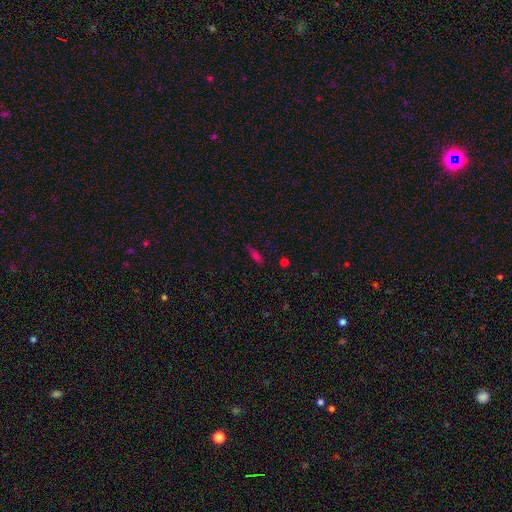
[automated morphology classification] smooth-or-featured: smooth: 66% | star or artifact: 21% | featured or disk: 13%
  how-rounded: cigar-shaped: 53% | in between: 42% | round: 5%
  merging: none: 74% | minor disturbance: 18% | major disturbance: 5% | merger: 3%